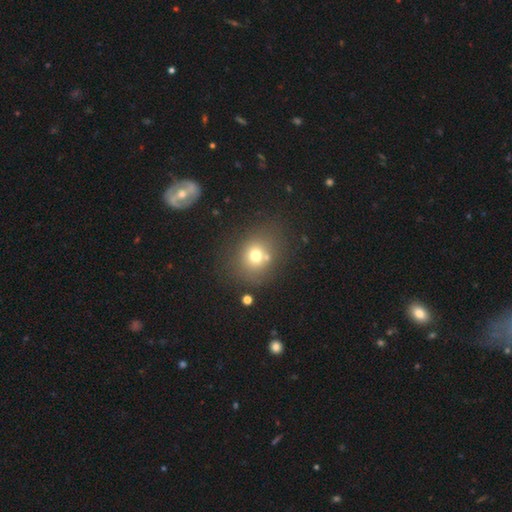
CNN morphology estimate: type=smooth (69%); roundness=round (74%); merging=none (68%).